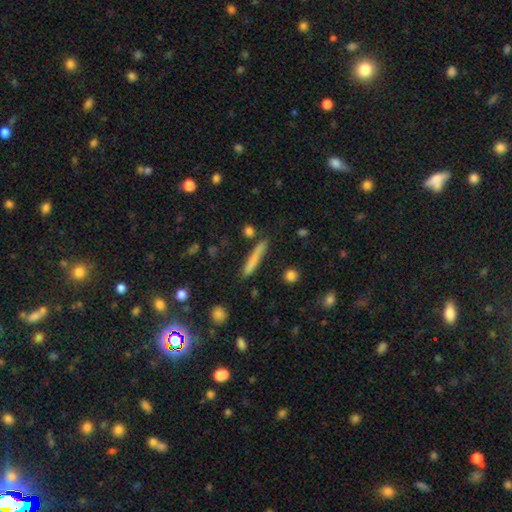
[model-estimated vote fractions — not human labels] Overall: smooth (71%). How rounded: cigar-shaped (93%). Merging: none (83%).